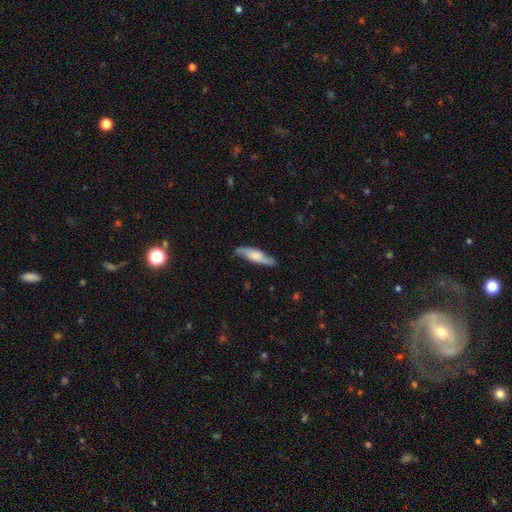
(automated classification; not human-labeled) Smooth or featured?
  - featured or disk: 49% *
  - smooth: 45%
  - star or artifact: 6%
Merging?
  - none: 80% *
  - minor disturbance: 16%
  - major disturbance: 3%
  - merger: 1%